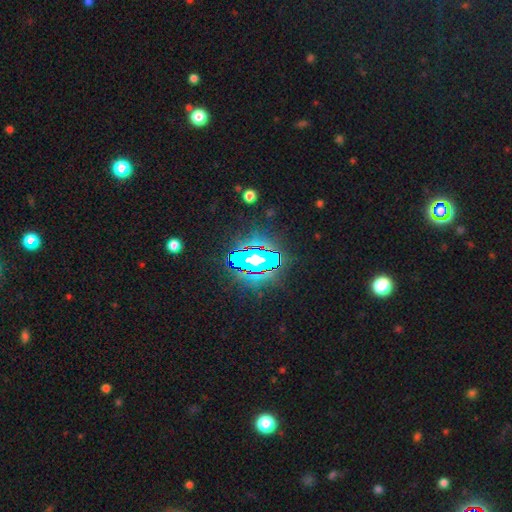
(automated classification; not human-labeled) Q: Smooth or featured?
A: star or artifact (76%); runner-up: smooth (13%)